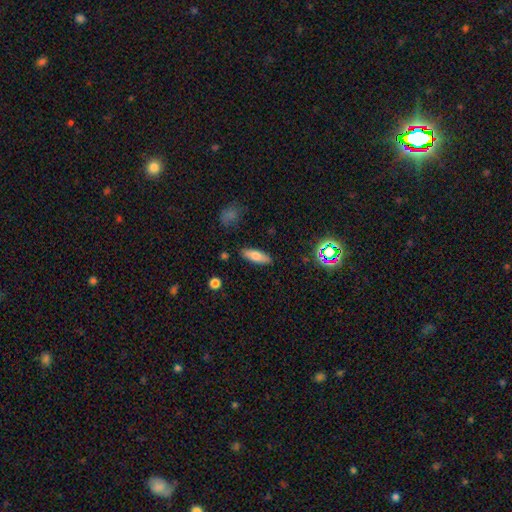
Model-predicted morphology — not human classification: Smooth or featured? smooth (72%)
How rounded? in between (60%)
Merging? none (86%)